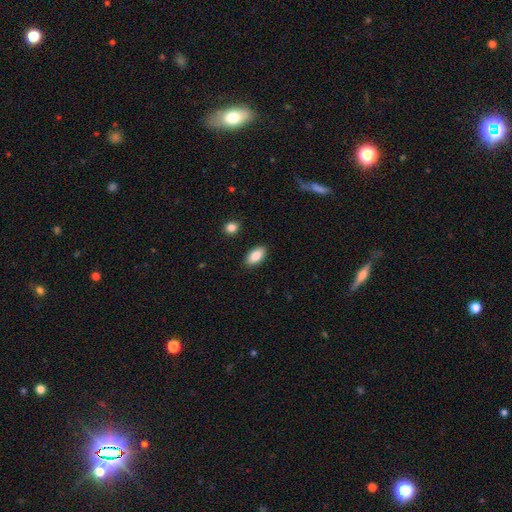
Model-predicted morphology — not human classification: A smooth galaxy with no disk features (87%) that is in between round and cigar-shaped (92%). Merging: none (88%).